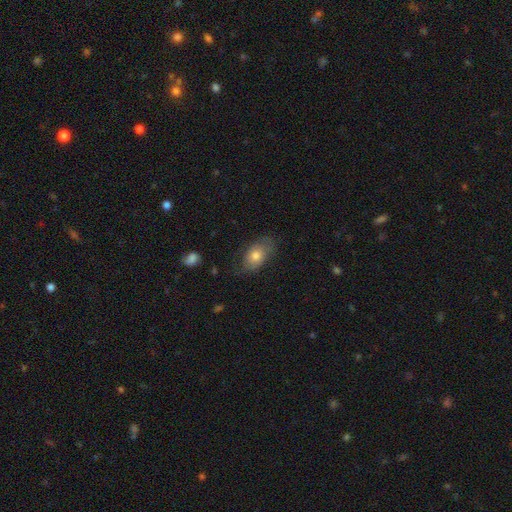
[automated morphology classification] Smooth or featured? smooth (70%)
How rounded? in between (86%)
Merging? none (62%)